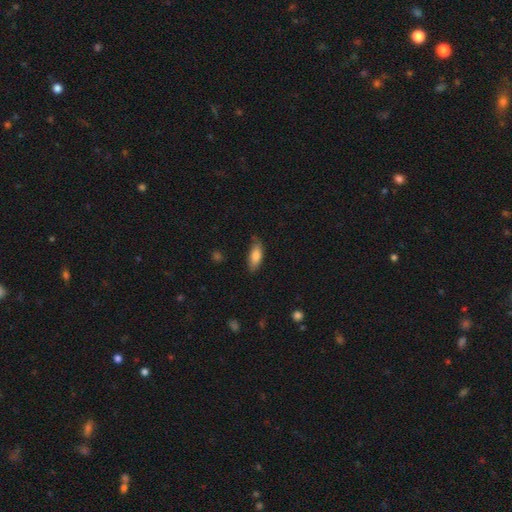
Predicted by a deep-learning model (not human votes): A smooth galaxy with no disk features (82%) that is in between round and cigar-shaped (76%). Merging: none (71%).